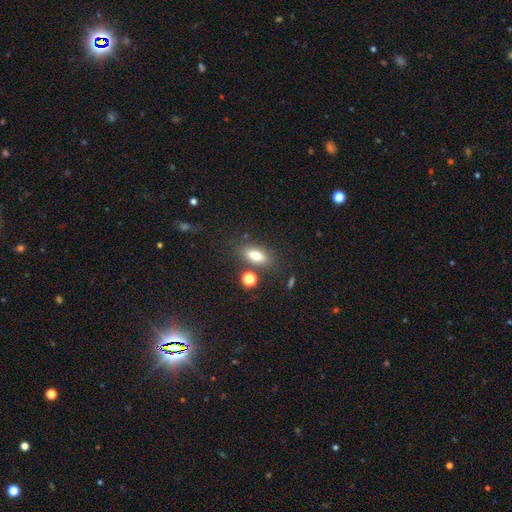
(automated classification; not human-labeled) Smooth or featured? smooth (77%)
How rounded? in between (79%)
Merging? none (76%)